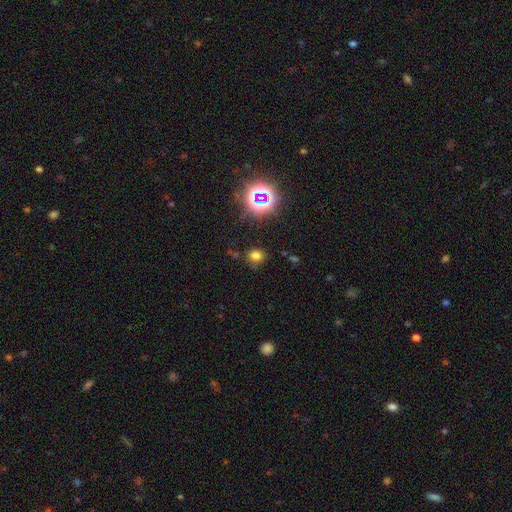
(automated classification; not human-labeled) A smooth galaxy with no disk features (67%) that is round (76%). Merging: none (79%).